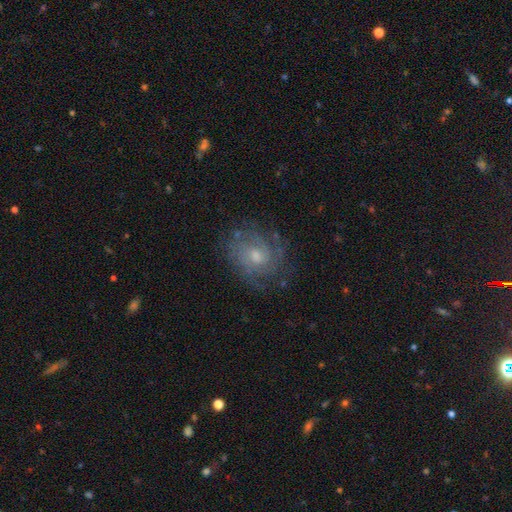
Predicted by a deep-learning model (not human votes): smooth_or_featured: featured or disk (p=0.71) [alt: smooth p=0.19]
disk_edge_on: no (p=0.97) [alt: yes p=0.03]
bar: no (p=0.67) [alt: weak p=0.29]
has_spiral_arms: yes (p=0.88) [alt: no p=0.12]
spiral_winding: tight (p=0.57) [alt: medium p=0.33]
spiral_arm_count: can't tell (p=0.44) [alt: 2 p=0.21]
bulge_size: moderate (p=0.52) [alt: small p=0.40]
merging: none (p=0.74) [alt: minor disturbance p=0.16]